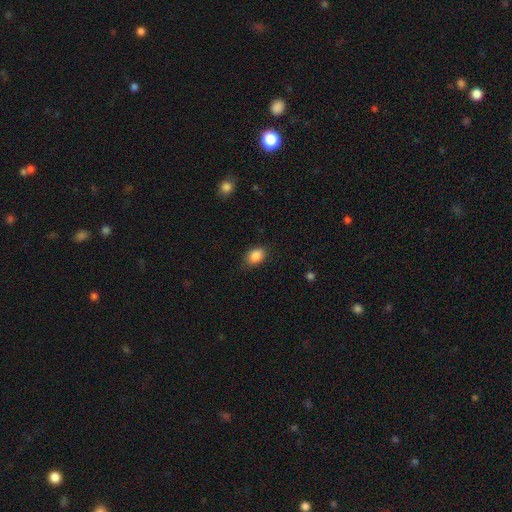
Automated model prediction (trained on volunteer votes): A smooth galaxy with no disk features (88%) that is in between round and cigar-shaped (78%).

Vote fractions:
- Smooth or featured? smooth: 88% / star or artifact: 8% / featured or disk: 4%
- How rounded? in between: 78% / round: 21% / cigar-shaped: 1%
- Merging? none: 82% / minor disturbance: 14% / major disturbance: 3% / merger: 1%